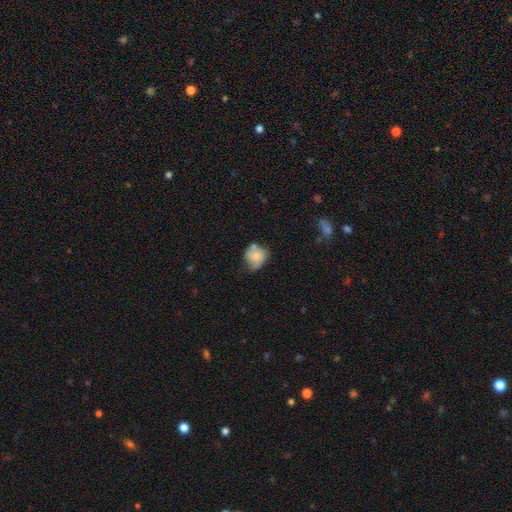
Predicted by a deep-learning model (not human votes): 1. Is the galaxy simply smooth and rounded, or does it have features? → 68% smooth, 24% featured or disk, 8% star or artifact.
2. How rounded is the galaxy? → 70% round, 29% in between, 1% cigar-shaped.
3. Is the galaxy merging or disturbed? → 44% none, 33% minor disturbance, 14% merger, 9% major disturbance.